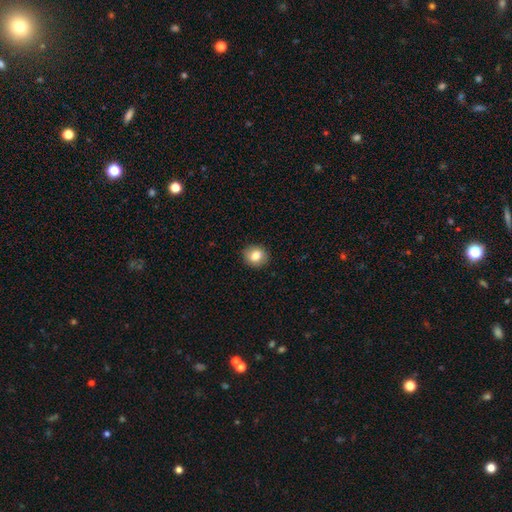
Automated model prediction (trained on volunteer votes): The model was most divided on "how rounded": round: 80%, in between: 19%, cigar-shaped: 1%. More confident: merging — none (90%); smooth or featured — smooth (81%).